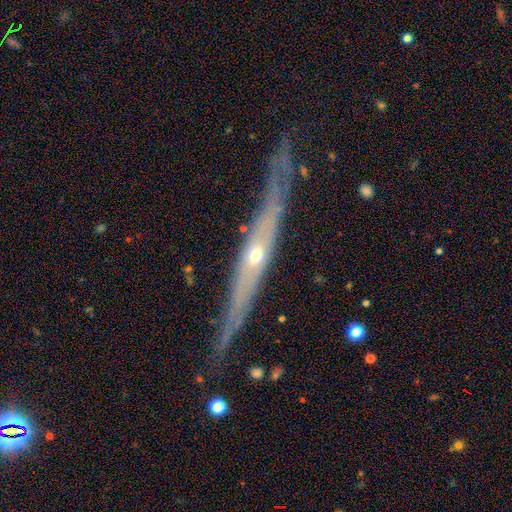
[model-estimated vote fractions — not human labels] Smooth or featured? featured or disk (69%)
Edge-on disk? yes (80%)
Edge-on bulge? rounded (75%)
Merging? none (73%)